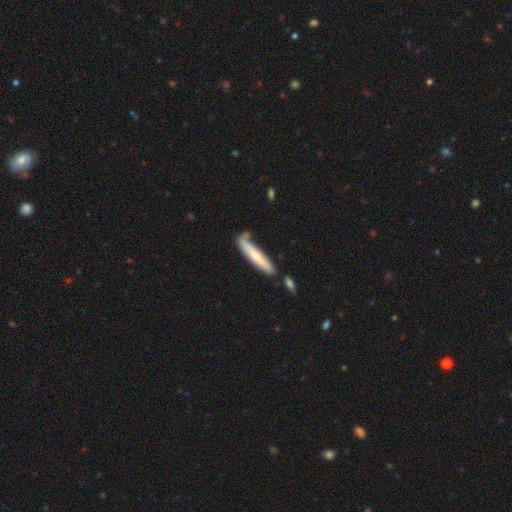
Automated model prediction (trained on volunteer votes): A smooth galaxy with no disk features (68%) that is cigar-shaped (90%).

Vote fractions:
- Smooth or featured? smooth: 68% / featured or disk: 26% / star or artifact: 5%
- How rounded? cigar-shaped: 90% / in between: 8% / round: 1%
- Merging? none: 65% / minor disturbance: 20% / merger: 10% / major disturbance: 4%